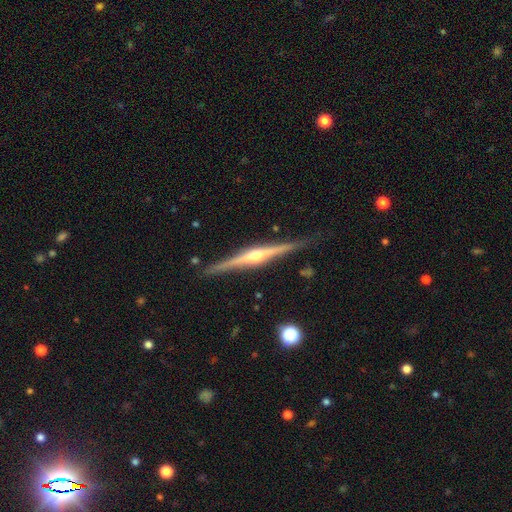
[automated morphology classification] The model was most divided on "smooth or featured": featured or disk: 84%, smooth: 11%, star or artifact: 5%. More confident: edge-on disk — yes (98%); edge-on bulge — rounded (92%); merging — none (88%).